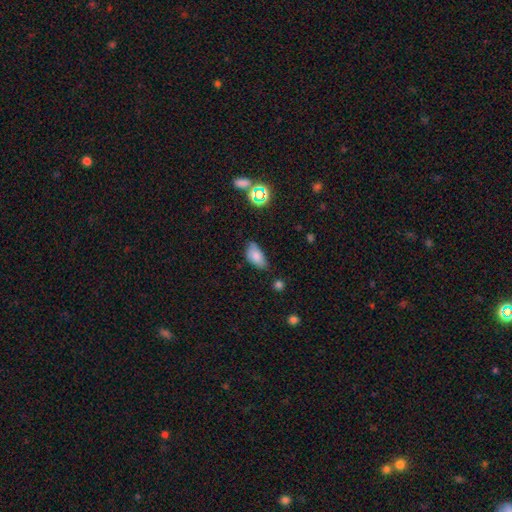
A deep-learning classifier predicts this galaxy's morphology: A smooth galaxy with no disk features (80%) that is in between round and cigar-shaped (90%).

Vote fractions:
- Smooth or featured? smooth: 80% / star or artifact: 11% / featured or disk: 10%
- How rounded? in between: 90% / cigar-shaped: 5% / round: 4%
- Merging? none: 58% / minor disturbance: 32% / major disturbance: 6% / merger: 3%